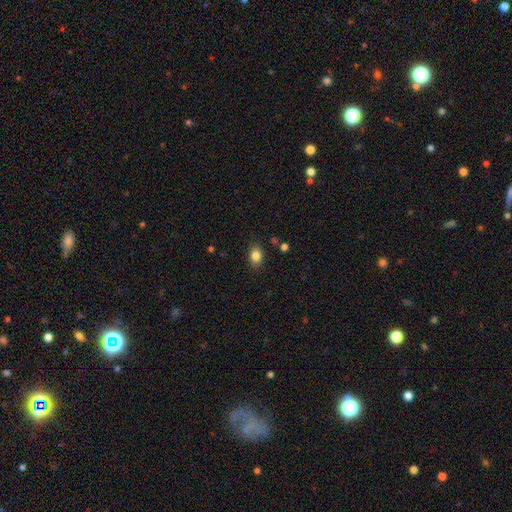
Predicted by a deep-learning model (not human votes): This appears to be a smooth galaxy with no disk features (84%) that is in between round and cigar-shaped (73%). Merging: none (85%).